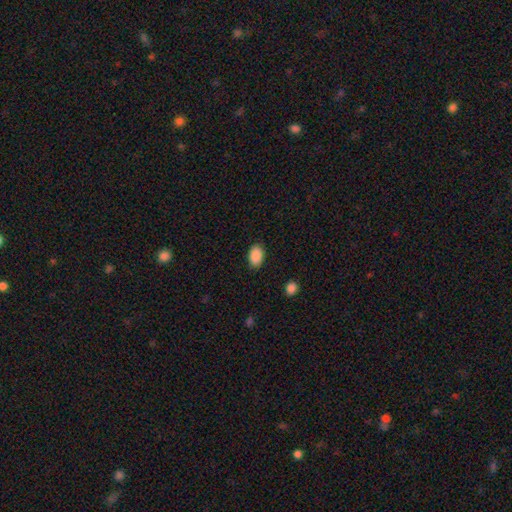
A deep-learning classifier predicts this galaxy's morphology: Q: Smooth or featured?
A: smooth (90%); runner-up: star or artifact (7%)
Q: How rounded?
A: in between (89%); runner-up: round (10%)
Q: Merging?
A: none (87%); runner-up: minor disturbance (9%)